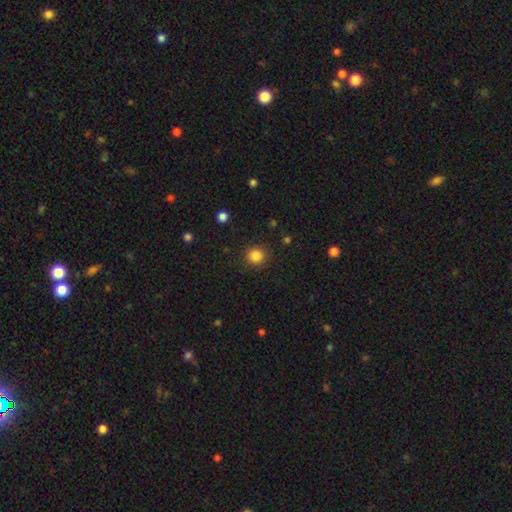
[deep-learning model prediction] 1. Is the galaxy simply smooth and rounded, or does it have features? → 85% smooth, 11% star or artifact, 4% featured or disk.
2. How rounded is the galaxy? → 91% round, 8% in between, 1% cigar-shaped.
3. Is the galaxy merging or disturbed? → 90% none, 6% minor disturbance, 2% major disturbance, 1% merger.